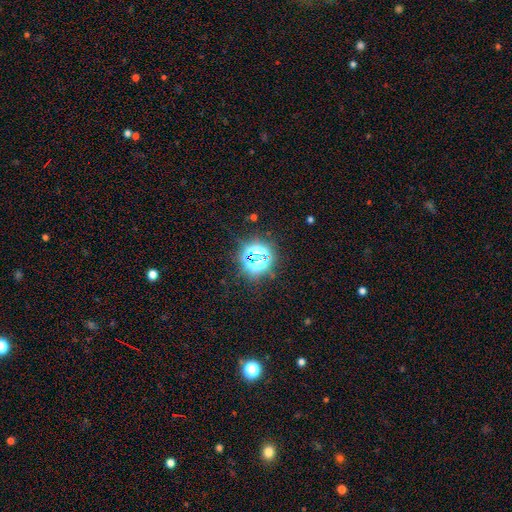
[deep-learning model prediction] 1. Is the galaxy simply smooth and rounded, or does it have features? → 76% star or artifact, 15% smooth, 9% featured or disk.